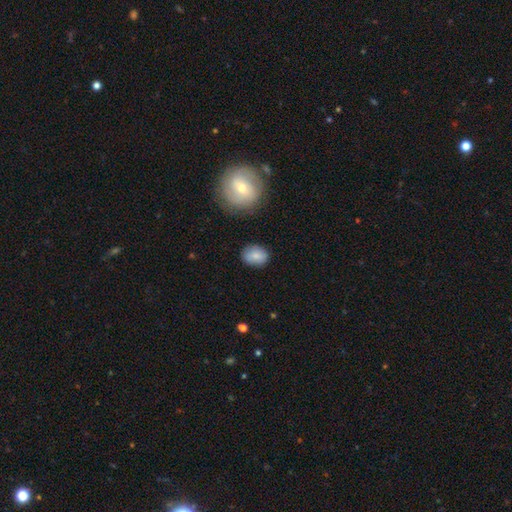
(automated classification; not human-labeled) This is clearly a smooth galaxy (83%). How rounded: likely in between (67%). Merging: likely none (80%).